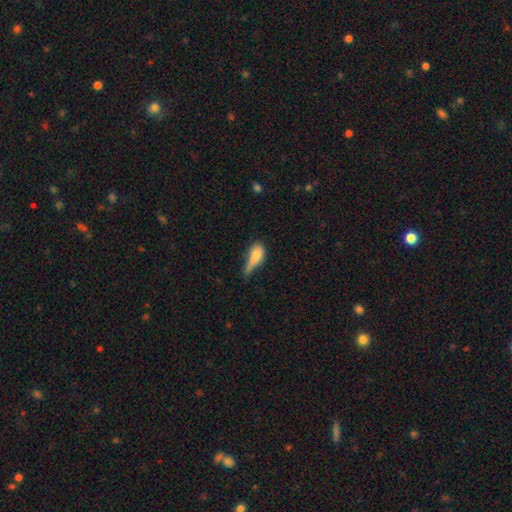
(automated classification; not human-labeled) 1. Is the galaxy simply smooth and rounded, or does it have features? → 74% smooth, 17% featured or disk, 9% star or artifact.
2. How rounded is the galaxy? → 71% in between, 22% cigar-shaped, 7% round.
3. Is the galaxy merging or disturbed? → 36% minor disturbance, 31% major disturbance, 24% none, 10% merger.